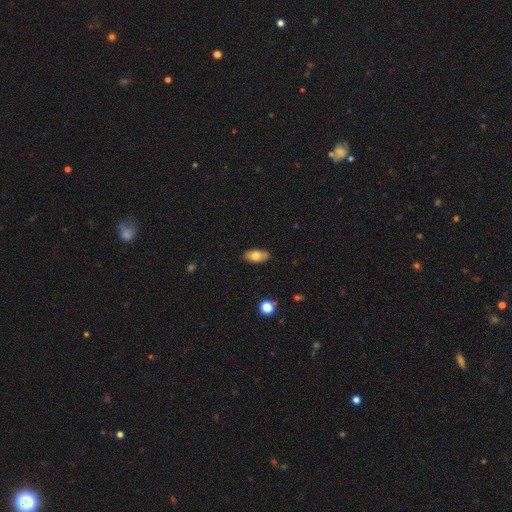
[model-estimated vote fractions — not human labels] Smooth or featured? Predicted: smooth (p=0.71). How rounded? Predicted: in between (p=0.92). Merging? Predicted: none (p=0.84).